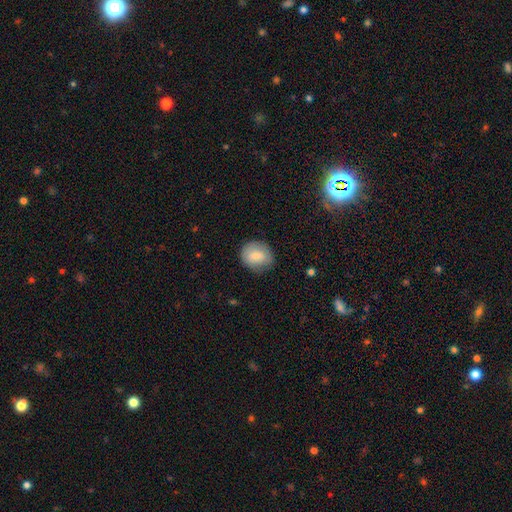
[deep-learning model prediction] This is likely a smooth galaxy (79%). How rounded: likely round (65%). Merging: likely none (75%).